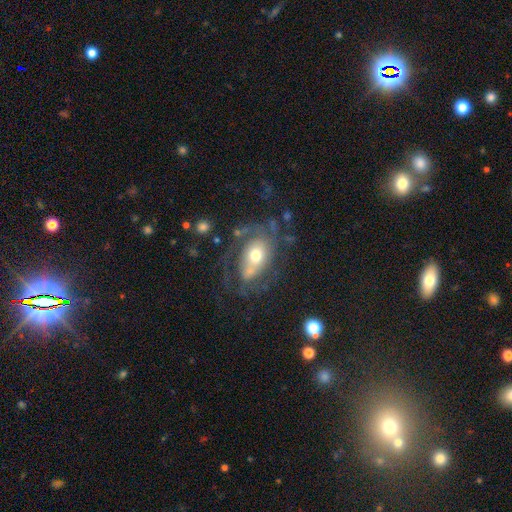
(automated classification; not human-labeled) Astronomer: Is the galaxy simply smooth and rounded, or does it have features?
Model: featured or disk — 60%.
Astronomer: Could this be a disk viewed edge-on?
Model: no — 94%.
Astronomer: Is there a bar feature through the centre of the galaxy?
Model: no — 74%.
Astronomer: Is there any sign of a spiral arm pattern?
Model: yes — 65%.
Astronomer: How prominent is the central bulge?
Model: moderate — 64%.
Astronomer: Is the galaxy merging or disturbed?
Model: none — 43% (runner-up: major disturbance, 29%).